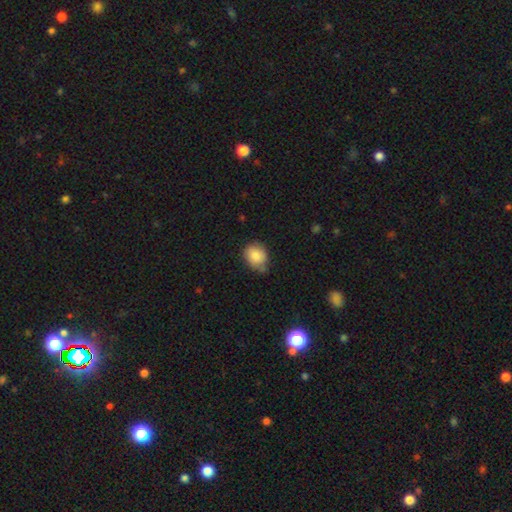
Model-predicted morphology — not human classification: Q: Smooth or featured?
A: smooth (85%); runner-up: star or artifact (8%)
Q: How rounded?
A: round (59%); runner-up: in between (40%)
Q: Merging?
A: none (58%); runner-up: minor disturbance (32%)